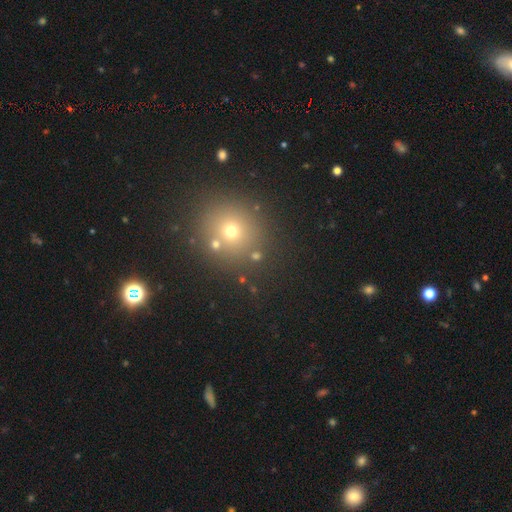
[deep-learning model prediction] Q: Smooth or featured?
A: smooth (63%); runner-up: star or artifact (26%)
Q: How rounded?
A: round (86%); runner-up: in between (13%)
Q: Merging?
A: none (80%); runner-up: merger (9%)